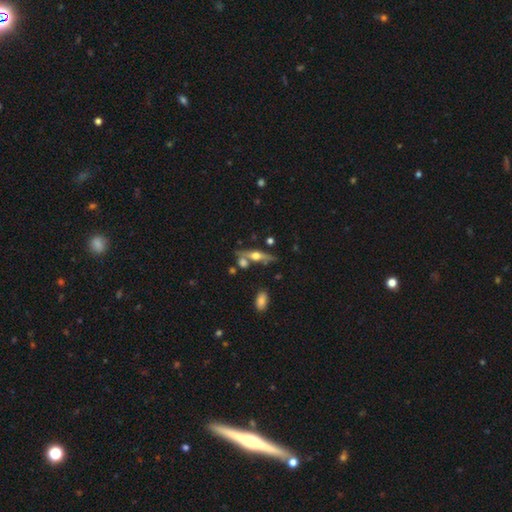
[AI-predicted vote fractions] smooth_or_featured: featured or disk (p=0.63) [alt: smooth p=0.30]
disk_edge_on: yes (p=0.92) [alt: no p=0.08]
edge_on_bulge: rounded (p=0.94) [alt: boxy p=0.04]
merging: none (p=0.68) [alt: merger p=0.14]